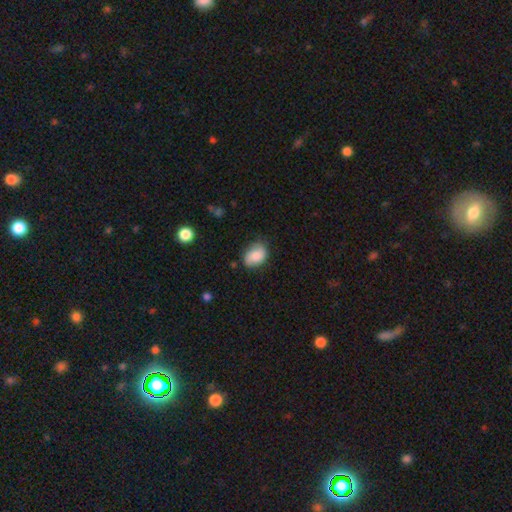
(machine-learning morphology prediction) smooth_or_featured: smooth (p=0.80) [alt: featured or disk p=0.12]
how_rounded: in between (p=0.76) [alt: round p=0.23]
merging: none (p=0.67) [alt: minor disturbance p=0.26]